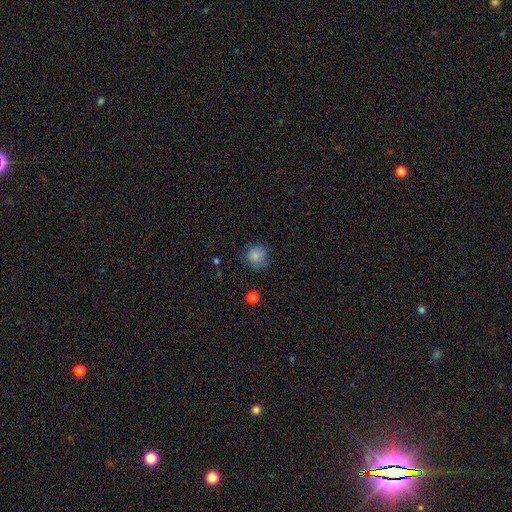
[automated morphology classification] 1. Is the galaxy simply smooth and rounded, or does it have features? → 81% smooth, 10% star or artifact, 9% featured or disk.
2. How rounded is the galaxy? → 87% round, 12% in between, 1% cigar-shaped.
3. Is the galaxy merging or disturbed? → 71% none, 20% minor disturbance, 7% major disturbance, 2% merger.